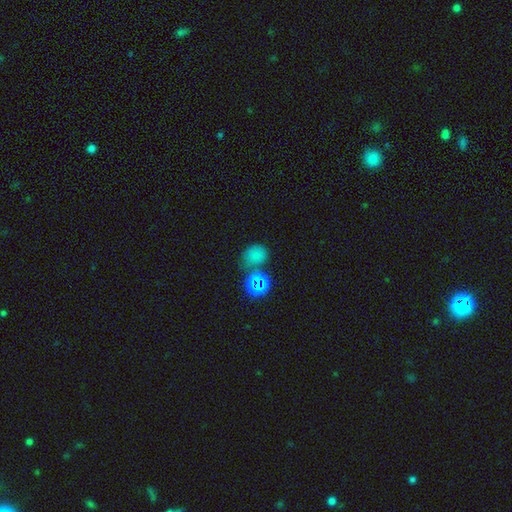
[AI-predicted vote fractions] smooth-or-featured: smooth: 69% | star or artifact: 25% | featured or disk: 6%
  how-rounded: round: 68% | in between: 31% | cigar-shaped: 1%
  merging: none: 61% | merger: 18% | minor disturbance: 15% | major disturbance: 6%